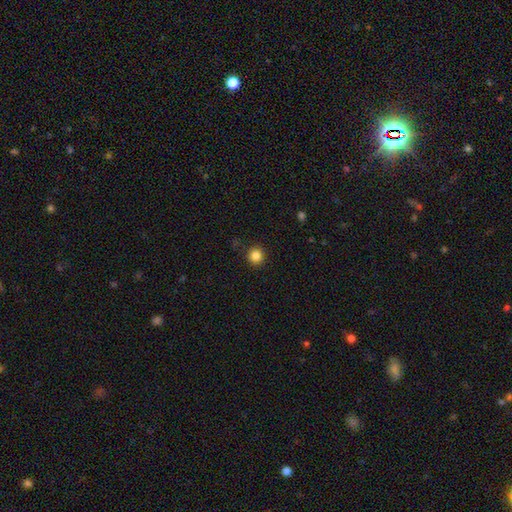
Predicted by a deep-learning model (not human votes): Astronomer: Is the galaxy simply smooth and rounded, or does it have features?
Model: smooth — 85%.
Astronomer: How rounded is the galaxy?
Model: round — 94%.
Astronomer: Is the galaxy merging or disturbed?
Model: none — 91%.